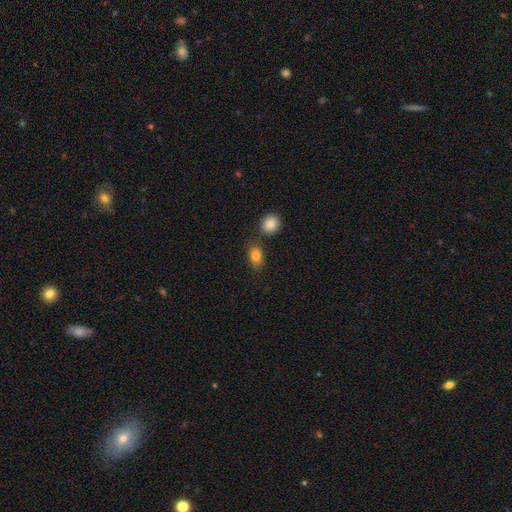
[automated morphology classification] A smooth galaxy with no disk features (83%) that is in between round and cigar-shaped (76%).

Vote fractions:
- Smooth or featured? smooth: 83% / star or artifact: 9% / featured or disk: 7%
- How rounded? in between: 76% / round: 22% / cigar-shaped: 2%
- Merging? none: 68% / merger: 15% / minor disturbance: 13% / major disturbance: 4%